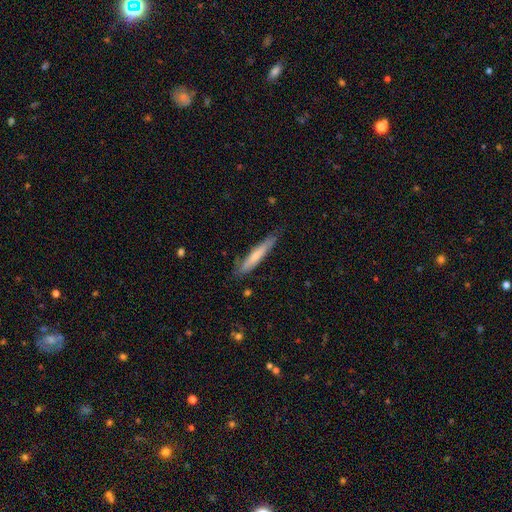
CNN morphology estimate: Q: Smooth or featured?
A: smooth (64%); runner-up: featured or disk (31%)
Q: How rounded?
A: cigar-shaped (91%); runner-up: in between (7%)
Q: Merging?
A: none (75%); runner-up: minor disturbance (20%)